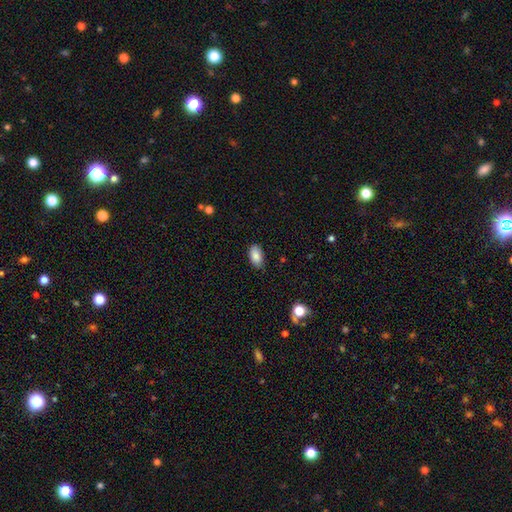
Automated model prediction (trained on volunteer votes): Q: Smooth or featured?
A: smooth (86%); runner-up: star or artifact (8%)
Q: How rounded?
A: in between (93%); runner-up: round (5%)
Q: Merging?
A: none (79%); runner-up: minor disturbance (17%)